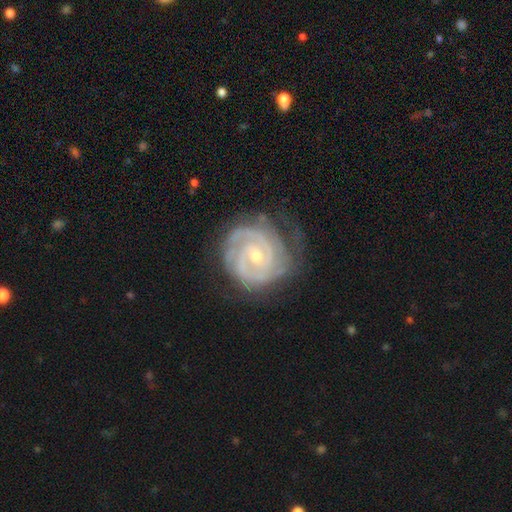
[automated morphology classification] type=featured or disk (91%); edge-on=no (98%); bar=no (57%); spiral arms=yes (98%); winding=tight (79%); arm count=2 (40%); bulge=small (53%); merging=none (69%).